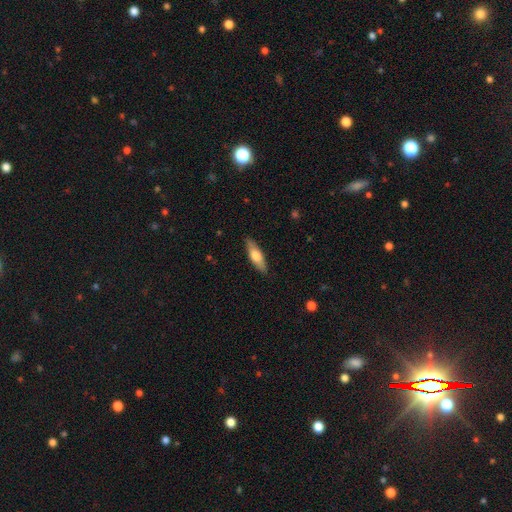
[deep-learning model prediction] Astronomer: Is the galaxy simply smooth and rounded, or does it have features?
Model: smooth — 61%.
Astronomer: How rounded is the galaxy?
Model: cigar-shaped — 53% (runner-up: in between, 45%).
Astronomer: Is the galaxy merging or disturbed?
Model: none — 87%.